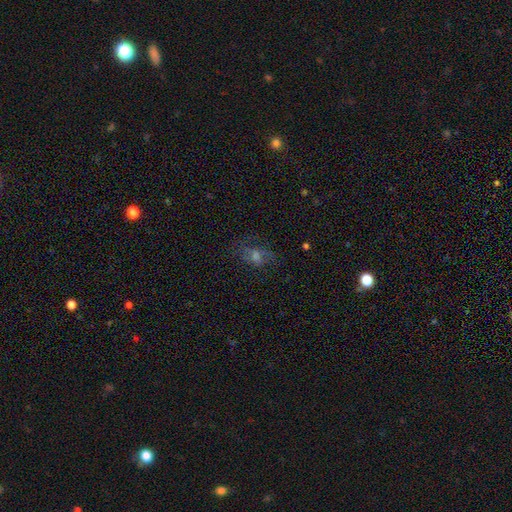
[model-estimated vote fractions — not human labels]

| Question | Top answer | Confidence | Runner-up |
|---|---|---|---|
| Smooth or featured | featured or disk | 37% | smooth (35%) |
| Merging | none | 61% | minor disturbance (19%) |